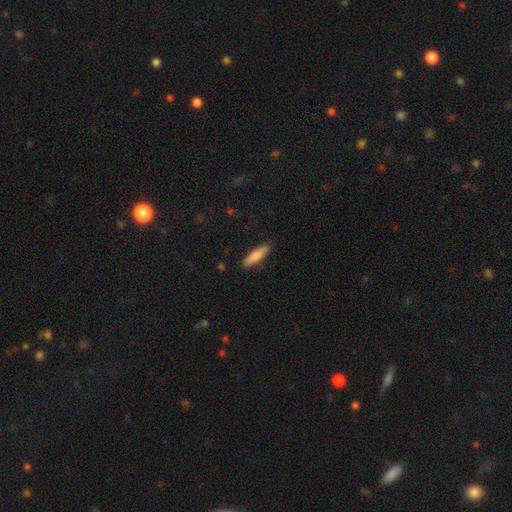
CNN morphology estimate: Smooth or featured? Predicted: smooth (p=0.80). How rounded? Predicted: cigar-shaped (p=0.75). Merging? Predicted: none (p=0.87).